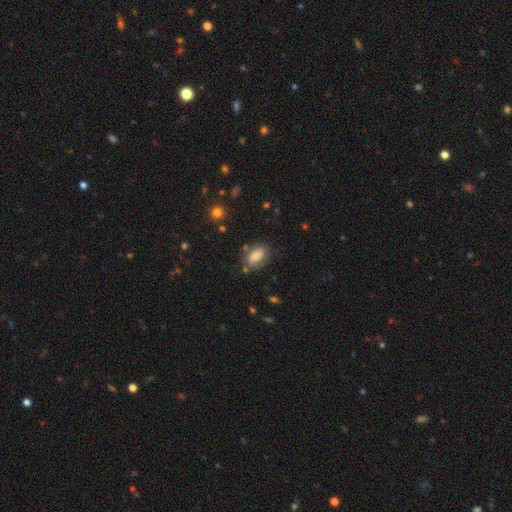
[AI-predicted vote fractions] Morphology: type=smooth (75%); roundness=in between (89%); merging=none (72%).